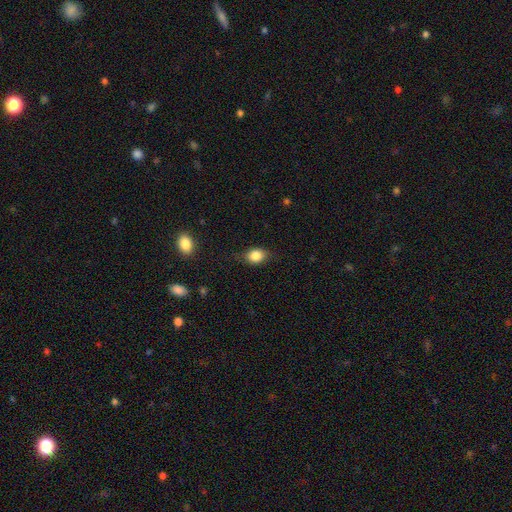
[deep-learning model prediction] This appears to be a smooth galaxy with no disk features (82%) that is in between round and cigar-shaped (63%). Merging: none (76%).